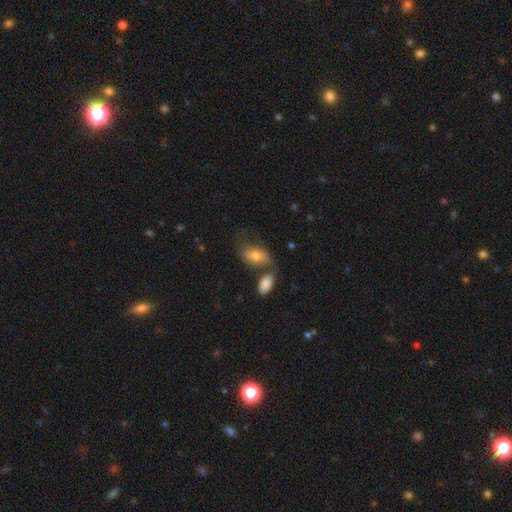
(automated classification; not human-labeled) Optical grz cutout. It shows a smooth galaxy with no disk features (65%) that is in between round and cigar-shaped (90%). Merging: none (43%).